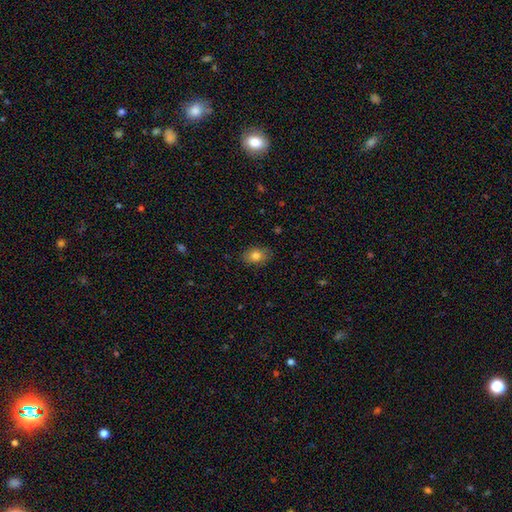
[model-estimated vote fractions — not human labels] Smooth or featured: smooth — 81% (featured or disk — 10%)
How rounded: in between — 79% (round — 20%)
Merging: none — 85% (minor disturbance — 11%)